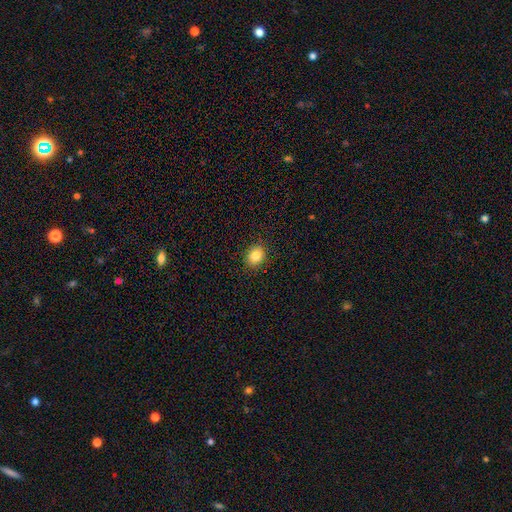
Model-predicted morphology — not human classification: Smooth or featured?
  - smooth: 83% *
  - star or artifact: 10%
  - featured or disk: 7%
How rounded?
  - round: 56% *
  - in between: 43%
  - cigar-shaped: 1%
Merging?
  - none: 90% *
  - minor disturbance: 7%
  - major disturbance: 2%
  - merger: 1%